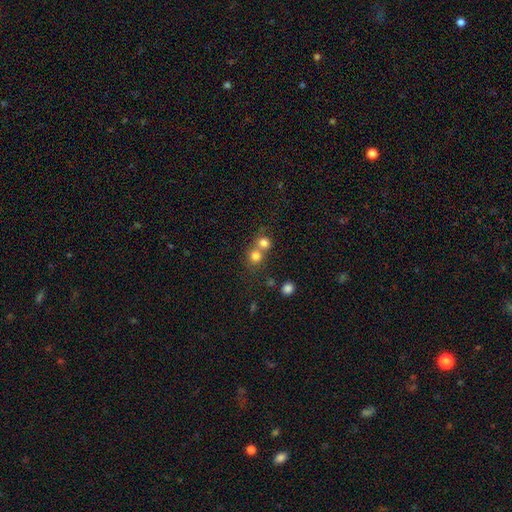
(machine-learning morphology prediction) This appears to be a smooth galaxy with no disk features (78%) that is round (85%). Merging: merger (51%).